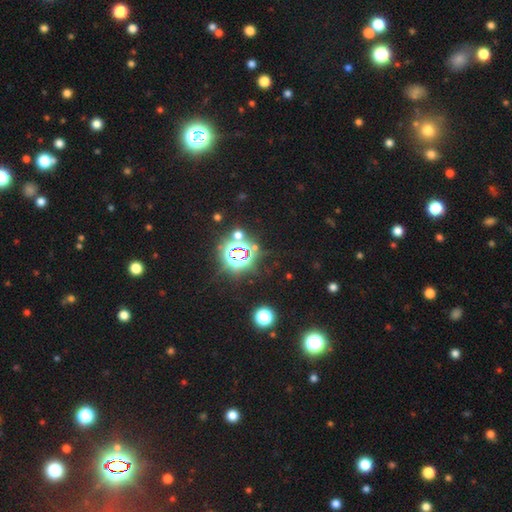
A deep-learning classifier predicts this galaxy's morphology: Smooth or featured?
  - star or artifact: 80% *
  - smooth: 13%
  - featured or disk: 7%